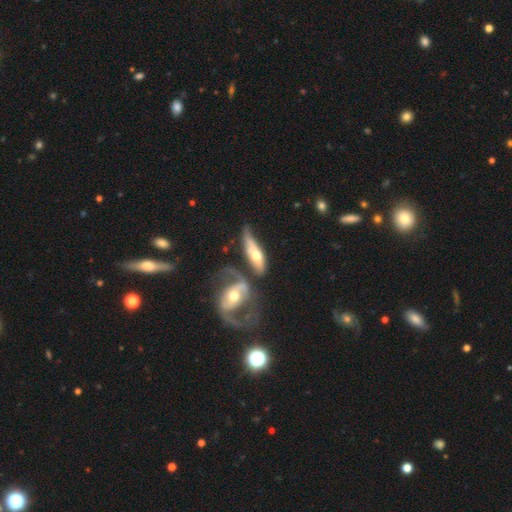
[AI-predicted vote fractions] A featured or disk galaxy (59%).

Vote fractions:
- Smooth or featured? featured or disk: 59% / smooth: 36% / star or artifact: 5%
- Edge-on disk? no: 58% / yes: 42%
- Merging? merger: 41% / none: 24% / major disturbance: 18% / minor disturbance: 17%